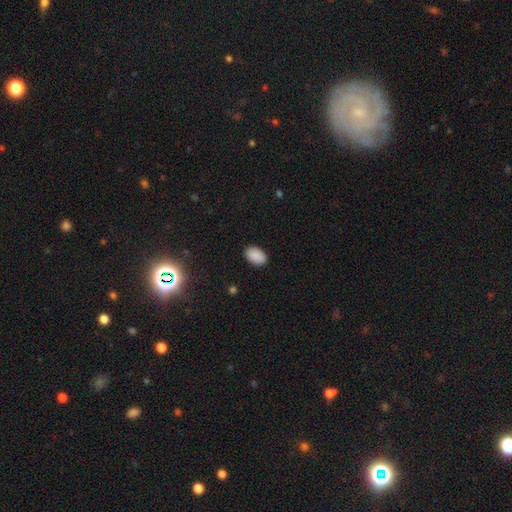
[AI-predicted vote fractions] This is clearly a smooth galaxy (90%). How rounded: clearly in between (91%). Merging: clearly none (89%).